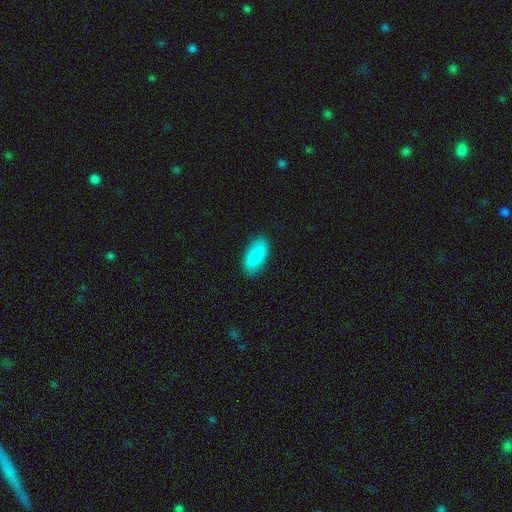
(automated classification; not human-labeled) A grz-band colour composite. It shows a smooth galaxy with no disk features (85%) that is in between round and cigar-shaped (91%). Merging: none (85%).